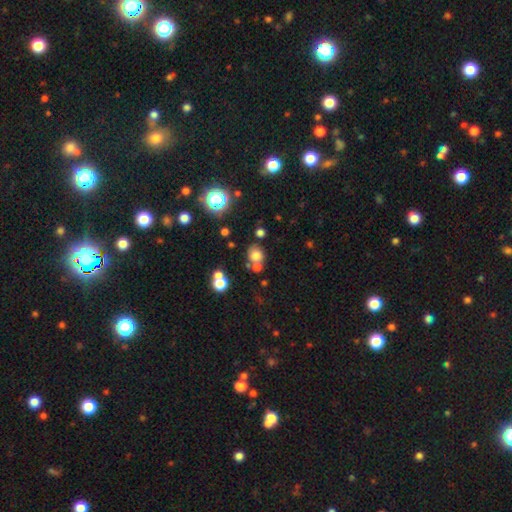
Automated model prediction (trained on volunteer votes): This appears to be a smooth galaxy with no disk features (72%) that is round (67%). Merging: none (59%).